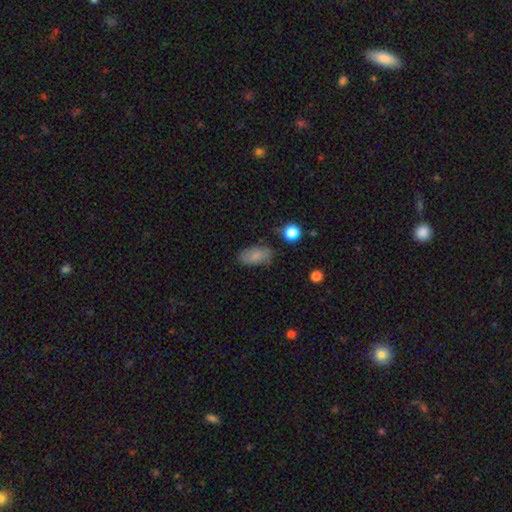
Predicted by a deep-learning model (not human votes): This appears to be a smooth galaxy with no disk features (78%) that is in between round and cigar-shaped (91%). Merging: none (71%).